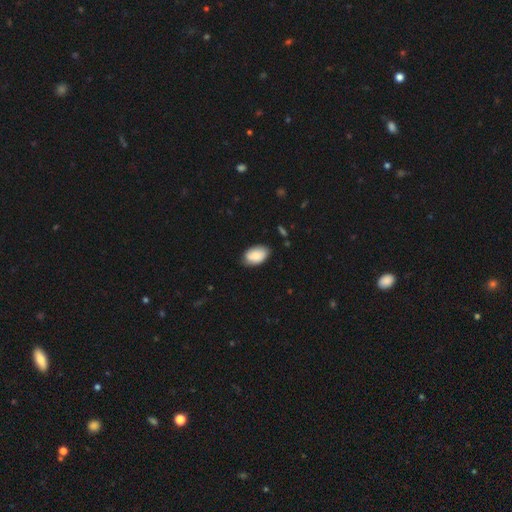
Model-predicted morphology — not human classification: This appears to be a smooth galaxy with no disk features (84%) that is in between round and cigar-shaped (91%). Merging: none (76%).